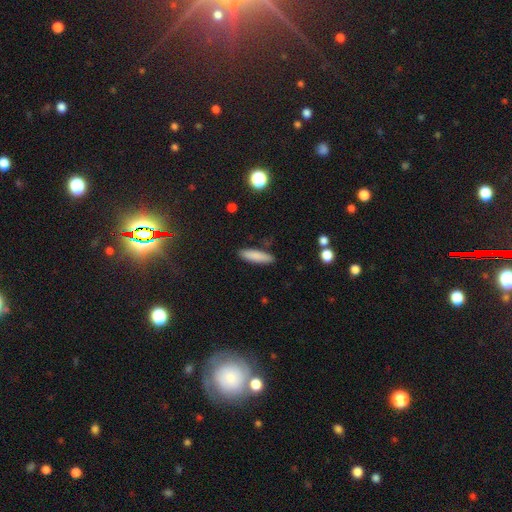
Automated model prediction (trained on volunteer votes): This is clearly a smooth galaxy (84%). How rounded: likely cigar-shaped (69%). Merging: clearly none (88%).